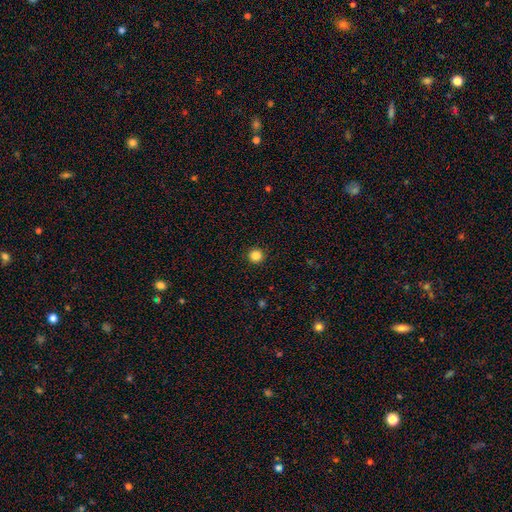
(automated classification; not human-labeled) A smooth galaxy with no disk features (85%) that is round (96%). Merging: none (93%).